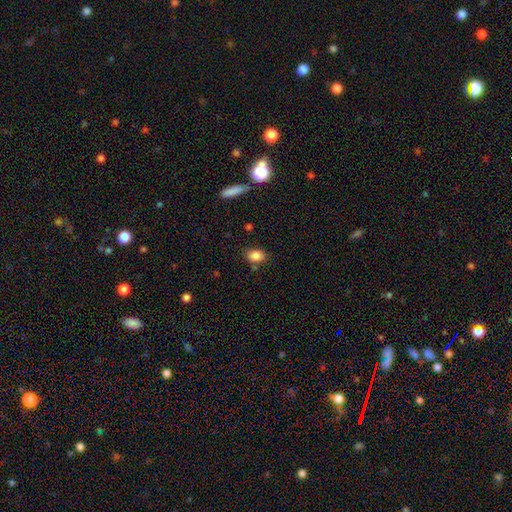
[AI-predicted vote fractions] Smooth or featured? Predicted: smooth (p=0.86). How rounded? Predicted: in between (p=0.79). Merging? Predicted: none (p=0.74).